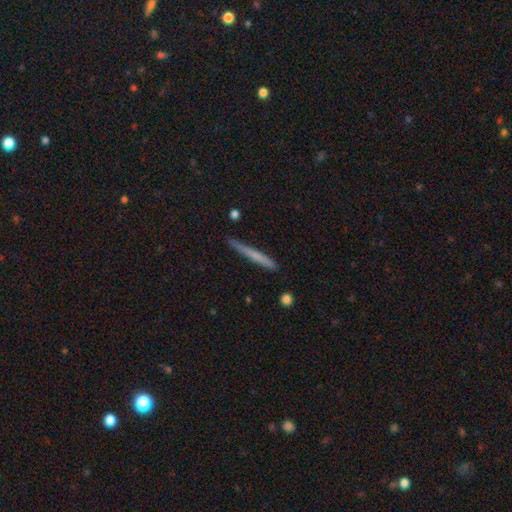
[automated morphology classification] smooth_or_featured: smooth (p=0.57) [alt: featured or disk p=0.37]
how_rounded: cigar-shaped (p=0.96) [alt: in between p=0.02]
merging: none (p=0.86) [alt: minor disturbance p=0.11]